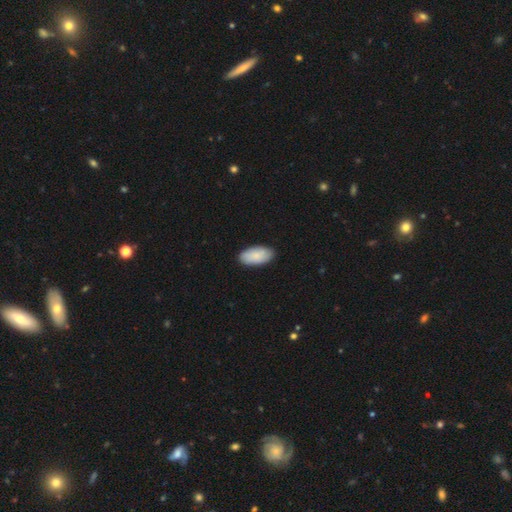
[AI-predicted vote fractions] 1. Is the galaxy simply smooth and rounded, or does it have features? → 86% smooth, 8% featured or disk, 6% star or artifact.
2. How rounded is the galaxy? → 95% in between, 3% cigar-shaped, 2% round.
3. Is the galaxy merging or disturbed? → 88% none, 10% minor disturbance, 2% major disturbance, 1% merger.